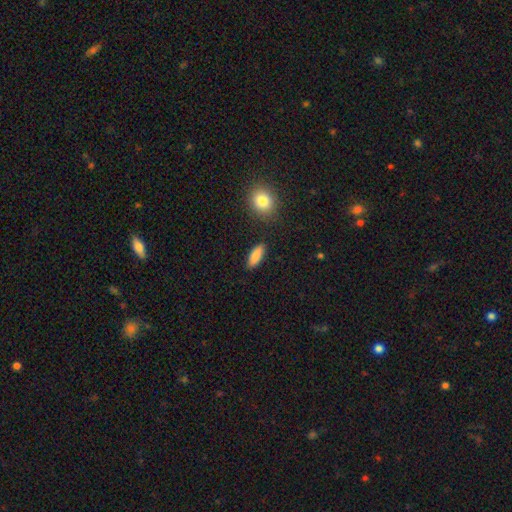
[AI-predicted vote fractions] smooth_or_featured: smooth (p=0.86) [alt: featured or disk p=0.07]
how_rounded: in between (p=0.75) [alt: cigar-shaped p=0.23]
merging: none (p=0.85) [alt: minor disturbance p=0.10]